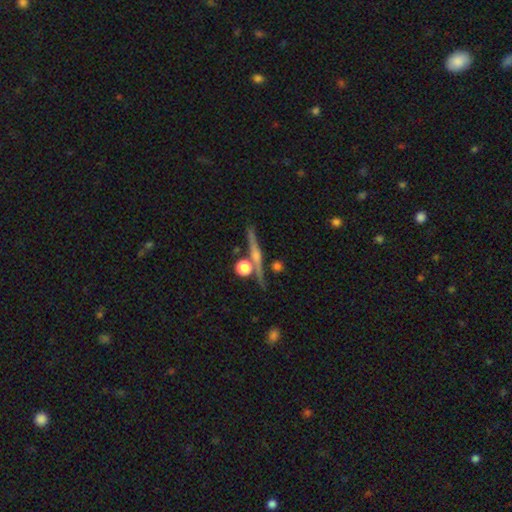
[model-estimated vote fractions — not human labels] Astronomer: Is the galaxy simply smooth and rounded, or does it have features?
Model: featured or disk — 66%.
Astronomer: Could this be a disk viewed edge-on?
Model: yes — 96%.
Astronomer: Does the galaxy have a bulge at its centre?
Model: rounded — 66%.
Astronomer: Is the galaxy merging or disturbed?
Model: none — 82%.